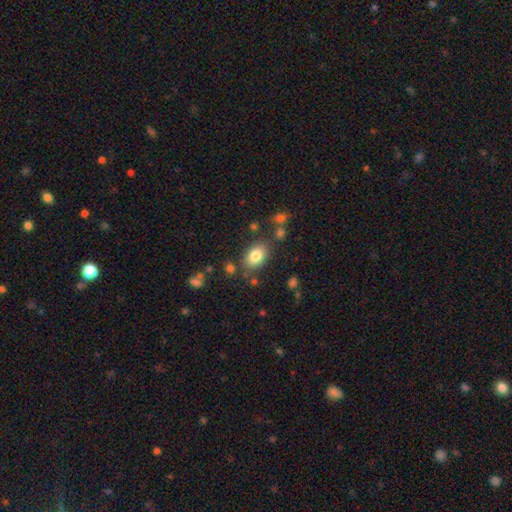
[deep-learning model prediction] The model was most divided on "merging": none: 79%, minor disturbance: 13%, merger: 4%, major disturbance: 4%. More confident: how rounded — in between (83%); smooth or featured — smooth (82%).